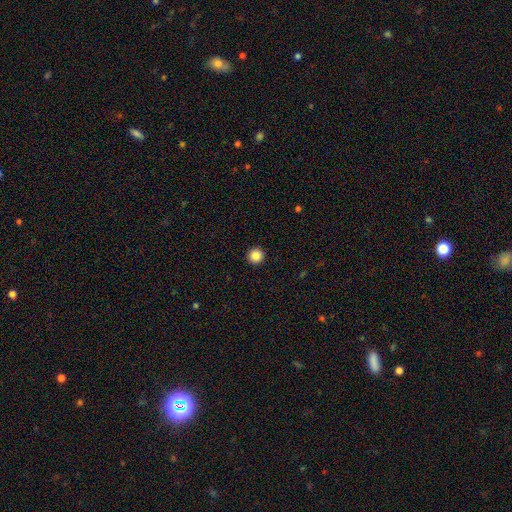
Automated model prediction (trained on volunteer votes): smooth_or_featured: smooth (p=0.86) [alt: star or artifact p=0.10]
how_rounded: round (p=0.96) [alt: in between p=0.03]
merging: none (p=0.94) [alt: minor disturbance p=0.04]